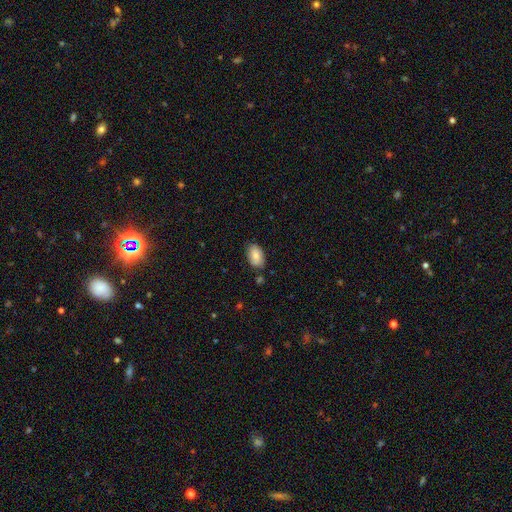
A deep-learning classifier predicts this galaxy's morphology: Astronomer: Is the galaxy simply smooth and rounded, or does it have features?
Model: smooth — 82%.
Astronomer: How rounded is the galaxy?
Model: in between — 93%.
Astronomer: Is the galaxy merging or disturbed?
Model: none — 79%.